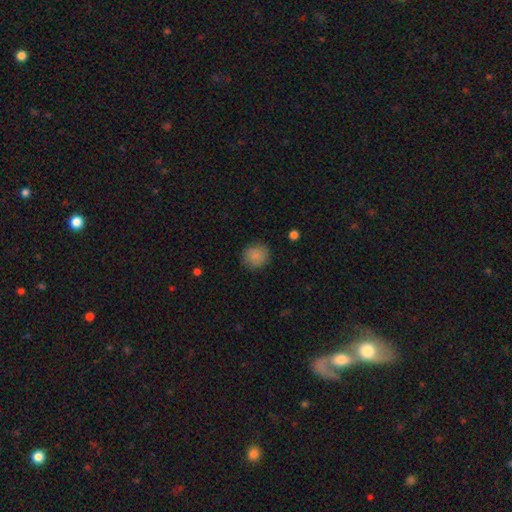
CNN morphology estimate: type=smooth (86%); roundness=round (87%); merging=none (86%).